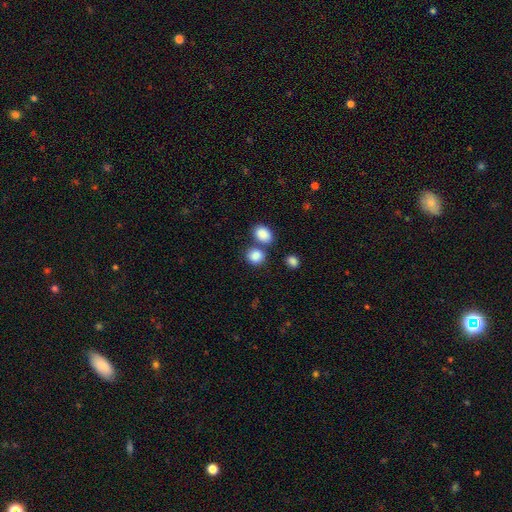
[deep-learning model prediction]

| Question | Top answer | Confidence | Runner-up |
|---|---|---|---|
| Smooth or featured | smooth | 86% | star or artifact (9%) |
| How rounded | round | 64% | in between (35%) |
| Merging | none | 58% | merger (29%) |